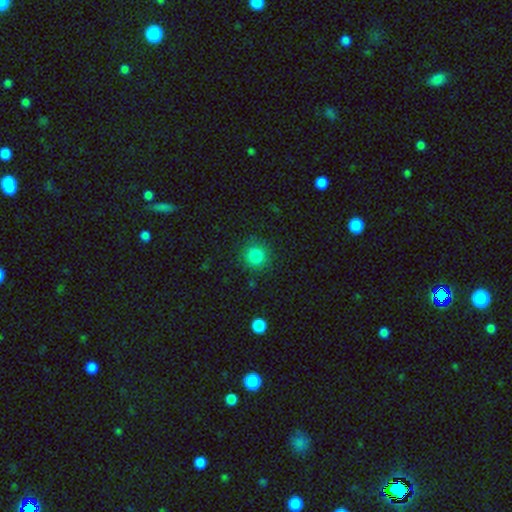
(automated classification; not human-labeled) Morphology: type=smooth (85%); roundness=round (92%); merging=none (87%).